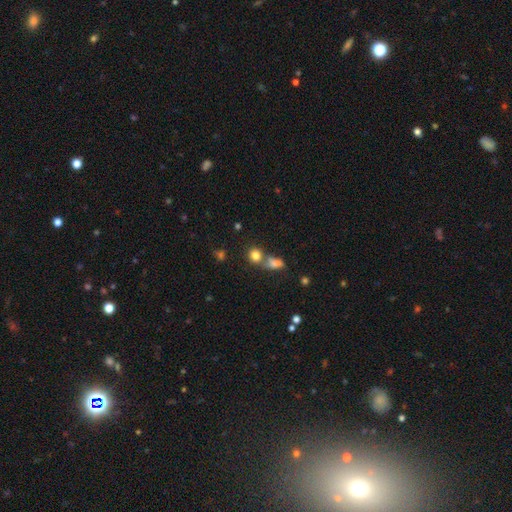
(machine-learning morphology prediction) Smooth or featured: smooth — 80% (star or artifact — 12%)
How rounded: round — 72% (in between — 26%)
Merging: none — 46% (merger — 40%)